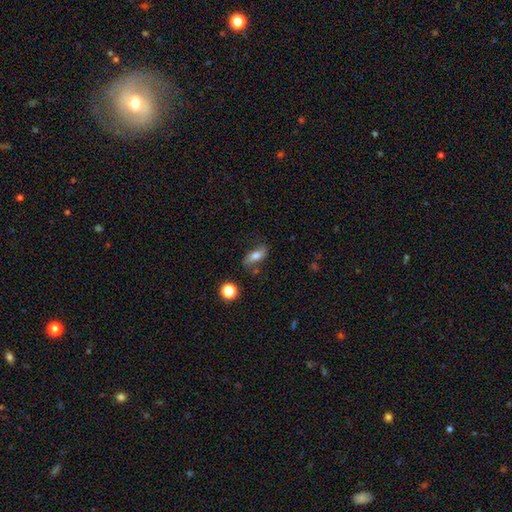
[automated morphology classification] A smooth galaxy with no disk features (70%) that is in between round and cigar-shaped (77%).

Vote fractions:
- Smooth or featured? smooth: 70% / featured or disk: 21% / star or artifact: 9%
- How rounded? in between: 77% / cigar-shaped: 16% / round: 7%
- Merging? none: 71% / minor disturbance: 19% / major disturbance: 6% / merger: 5%